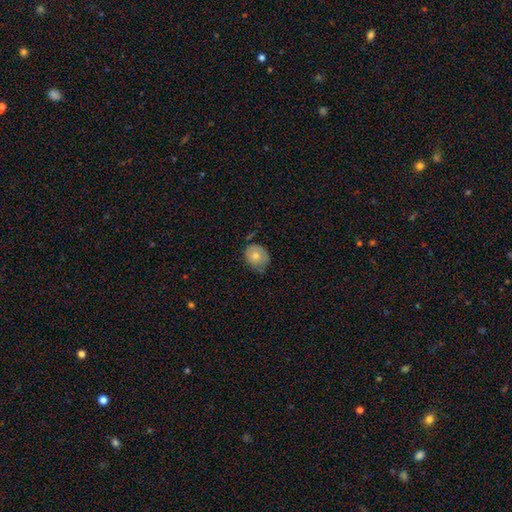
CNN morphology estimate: Q: Smooth or featured?
A: smooth (73%); runner-up: featured or disk (19%)
Q: How rounded?
A: round (58%); runner-up: in between (41%)
Q: Merging?
A: none (58%); runner-up: minor disturbance (32%)